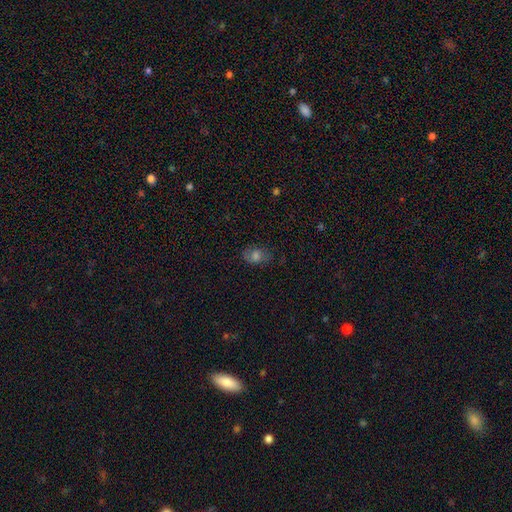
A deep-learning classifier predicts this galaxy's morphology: type=smooth (57%); roundness=in between (70%); merging=none (76%).